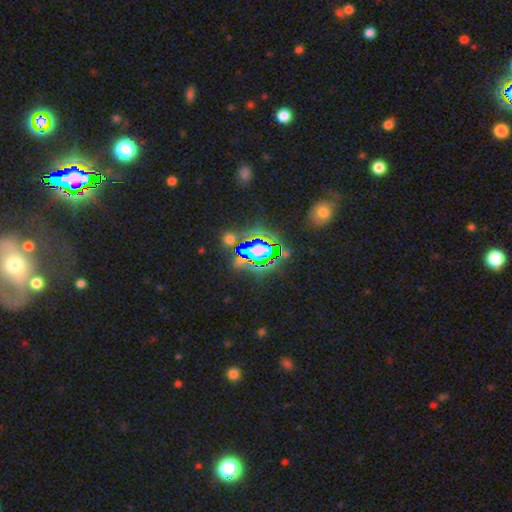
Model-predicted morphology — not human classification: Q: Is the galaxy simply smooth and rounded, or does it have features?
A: star or artifact — 68%.